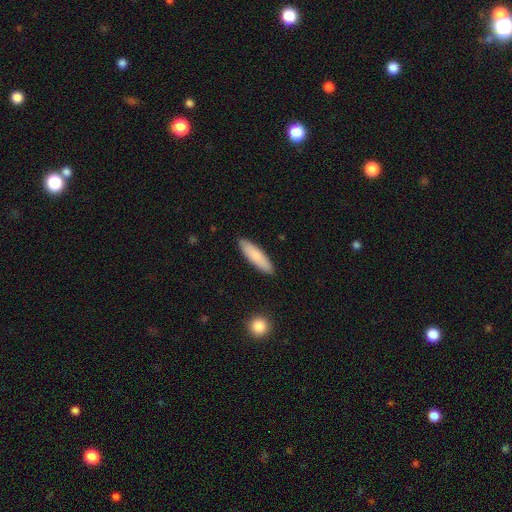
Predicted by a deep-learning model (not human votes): The model was most divided on "how rounded": cigar-shaped: 65%, in between: 34%, round: 1%. More confident: merging — none (89%); smooth or featured — smooth (83%).